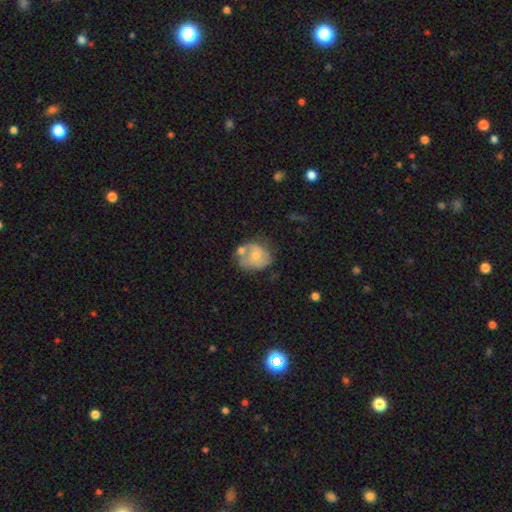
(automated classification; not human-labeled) Smooth or featured? featured or disk (52%)
Edge-on disk? no (98%)
Bar? no (77%)
Spiral arms? yes (65%)
Bulge size? small (52%)
Merging? none (39%)